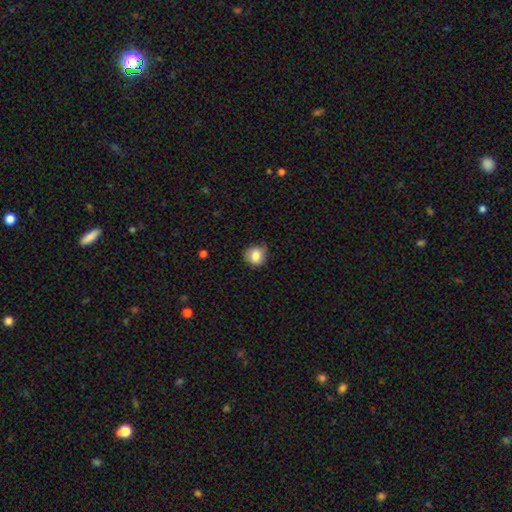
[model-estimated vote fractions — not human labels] Smooth or featured: smooth — 82% (star or artifact — 9%)
How rounded: round — 77% (in between — 22%)
Merging: none — 65% (minor disturbance — 28%)